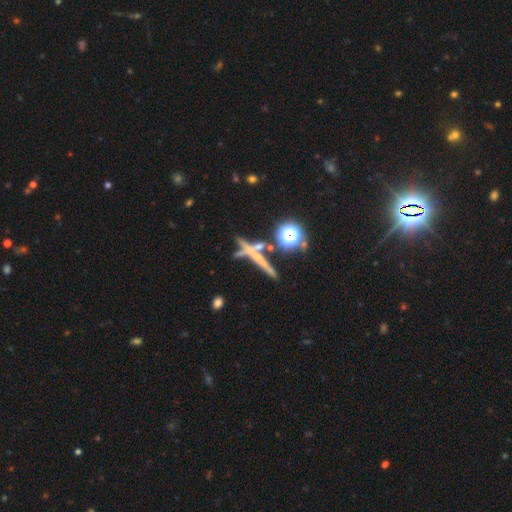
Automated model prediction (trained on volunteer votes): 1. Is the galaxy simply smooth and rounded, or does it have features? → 46% featured or disk, 32% smooth, 22% star or artifact.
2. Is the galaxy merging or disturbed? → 64% none, 17% merger, 13% minor disturbance, 6% major disturbance.